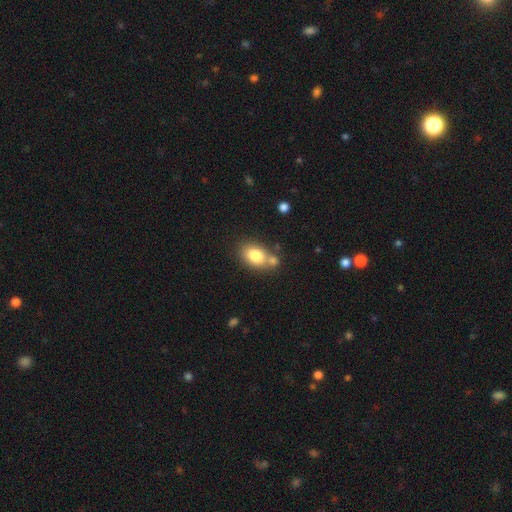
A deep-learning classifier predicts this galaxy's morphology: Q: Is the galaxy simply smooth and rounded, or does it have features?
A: smooth — 80%.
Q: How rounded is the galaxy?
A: in between — 81%.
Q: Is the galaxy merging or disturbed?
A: none — 55%.